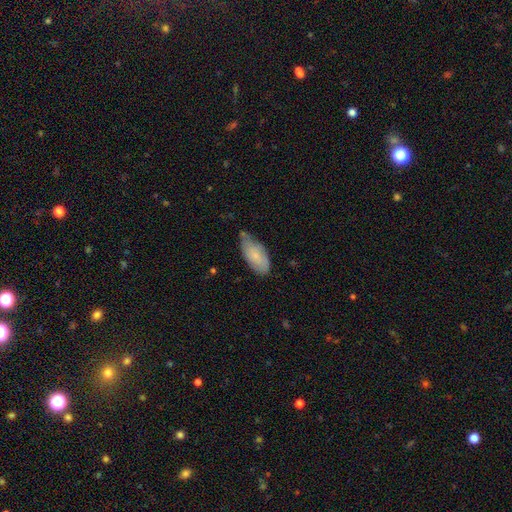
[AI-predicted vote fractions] Smooth or featured? smooth (74%)
How rounded? in between (89%)
Merging? none (50%)